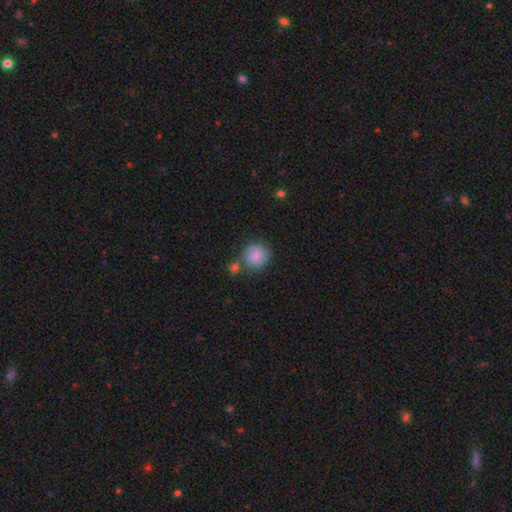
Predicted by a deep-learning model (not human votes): A smooth galaxy with no disk features (84%) that is round (88%). Merging: none (63%).